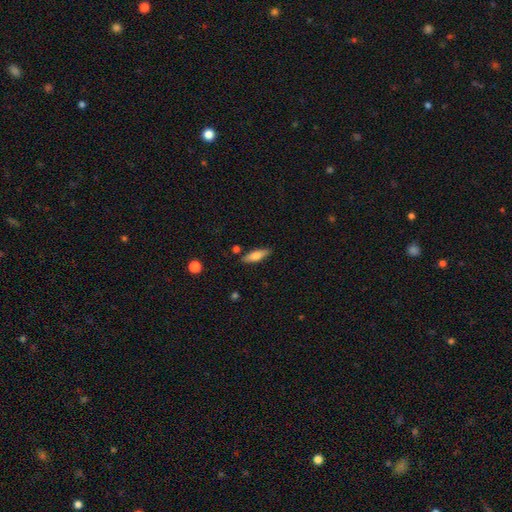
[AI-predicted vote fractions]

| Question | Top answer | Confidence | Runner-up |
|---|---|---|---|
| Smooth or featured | smooth | 67% | featured or disk (26%) |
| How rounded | in between | 52% | cigar-shaped (46%) |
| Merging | none | 84% | minor disturbance (11%) |